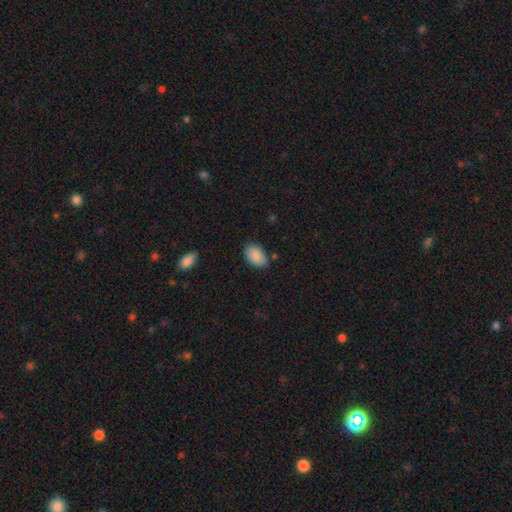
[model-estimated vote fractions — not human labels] smooth 89%, star or artifact 7%, featured or disk 5%. Down the decision tree: how rounded — in between (91%); merging — none (77%).